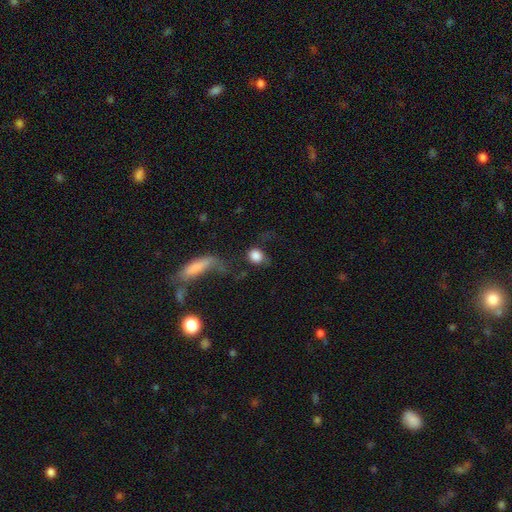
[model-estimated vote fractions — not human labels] smooth 78%, featured or disk 13%, star or artifact 8%. Down the decision tree: how rounded — round (67%); merging — none (42%).